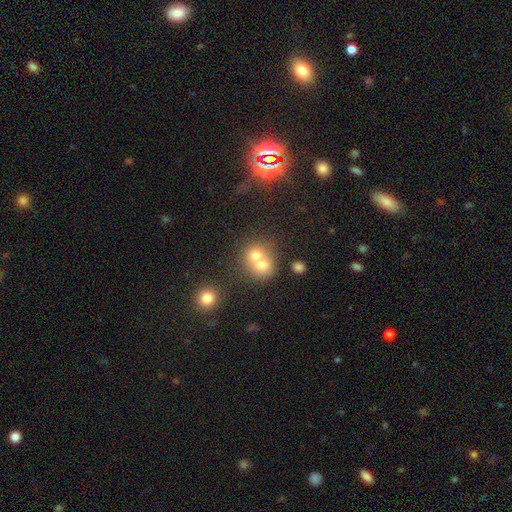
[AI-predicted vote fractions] Smooth or featured? smooth (70%)
How rounded? round (77%)
Merging? merger (66%)